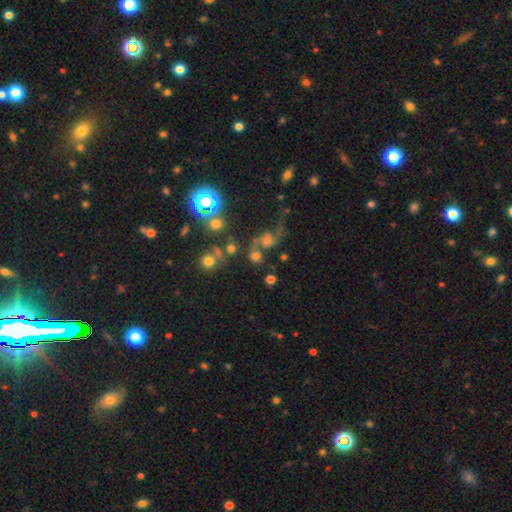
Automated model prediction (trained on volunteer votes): This is possibly a smooth galaxy (51%). How rounded: likely round (79%). Merging: marginally none (43%).